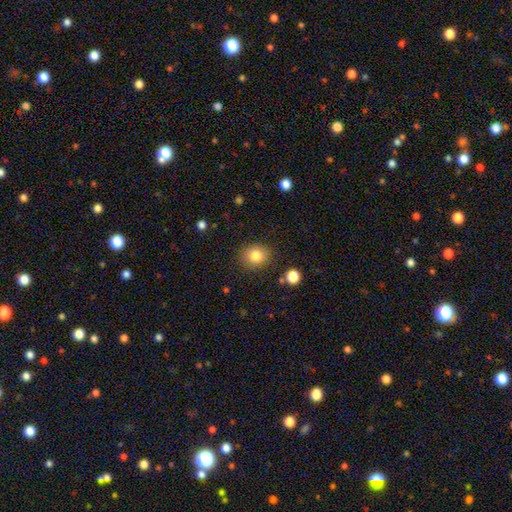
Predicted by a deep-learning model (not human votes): The model was most divided on "how rounded": round: 74%, in between: 26%, cigar-shaped: 1%. More confident: merging — none (86%); smooth or featured — smooth (82%).